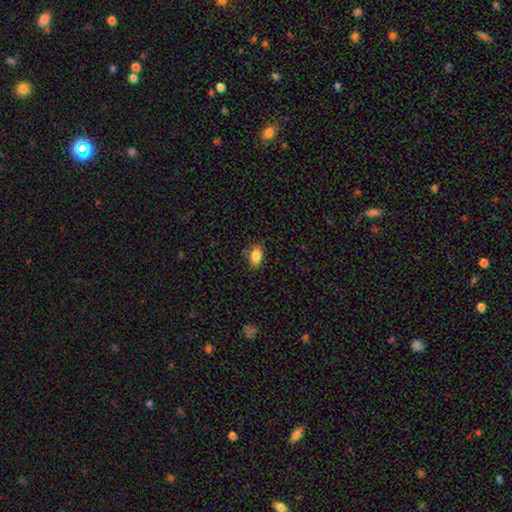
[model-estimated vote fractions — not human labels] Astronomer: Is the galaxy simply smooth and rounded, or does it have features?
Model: smooth — 85%.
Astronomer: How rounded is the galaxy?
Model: in between — 90%.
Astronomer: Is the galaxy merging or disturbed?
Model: none — 82%.